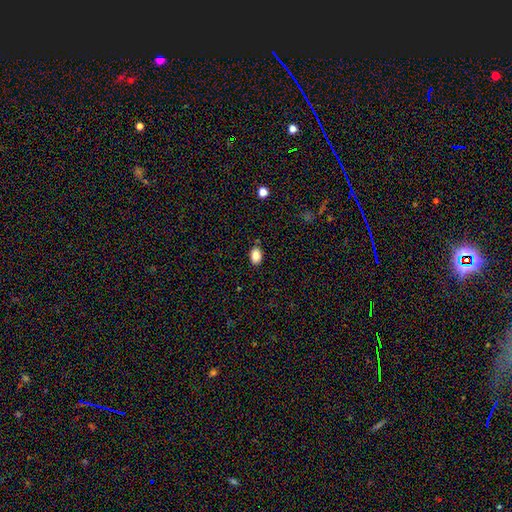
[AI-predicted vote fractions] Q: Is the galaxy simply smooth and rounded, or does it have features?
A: smooth — 84%.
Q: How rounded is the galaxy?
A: in between — 80%.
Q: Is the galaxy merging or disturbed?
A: none — 84%.